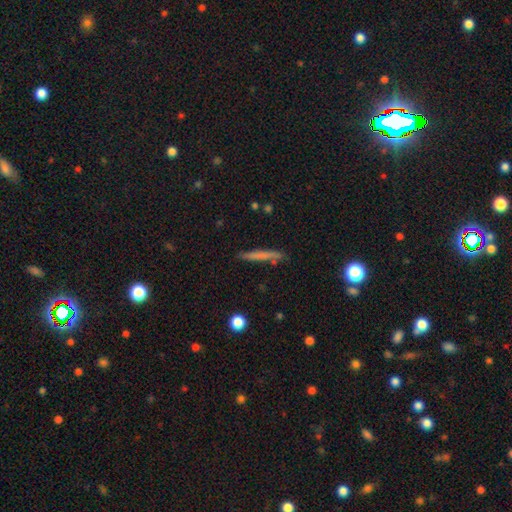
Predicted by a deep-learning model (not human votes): Smooth or featured?
  - smooth: 63% *
  - featured or disk: 29%
  - star or artifact: 8%
How rounded?
  - cigar-shaped: 95% *
  - in between: 3%
  - round: 2%
Merging?
  - none: 86% *
  - minor disturbance: 10%
  - major disturbance: 2%
  - merger: 2%